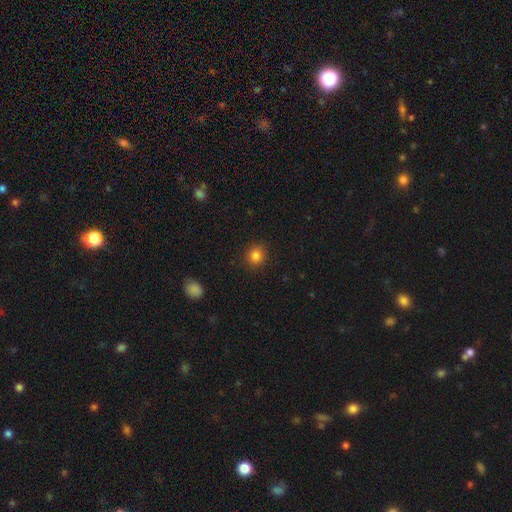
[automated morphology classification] The model was most divided on "how rounded": round: 86%, in between: 13%, cigar-shaped: 1%. More confident: merging — none (89%); smooth or featured — smooth (84%).